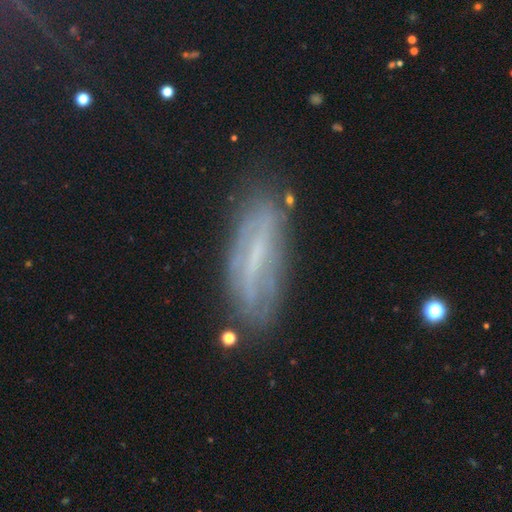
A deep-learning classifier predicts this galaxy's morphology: Smooth or featured: featured or disk — 59% (smooth — 29%)
Edge-on disk: no — 62% (yes — 38%)
Merging: none — 71% (minor disturbance — 19%)